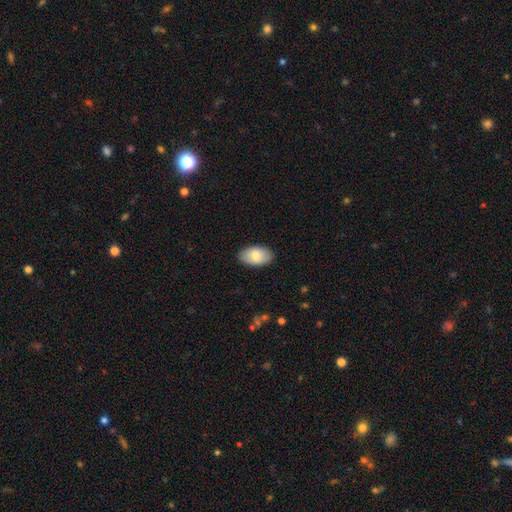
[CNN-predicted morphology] Smooth or featured? smooth (79%)
How rounded? in between (95%)
Merging? none (88%)